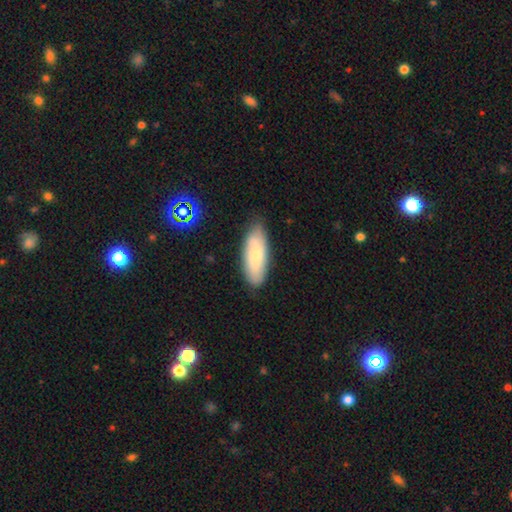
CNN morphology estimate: Smooth or featured?
  - smooth: 69% *
  - featured or disk: 25%
  - star or artifact: 7%
How rounded?
  - in between: 76% *
  - cigar-shaped: 22%
  - round: 2%
Merging?
  - none: 79% *
  - minor disturbance: 17%
  - major disturbance: 3%
  - merger: 1%